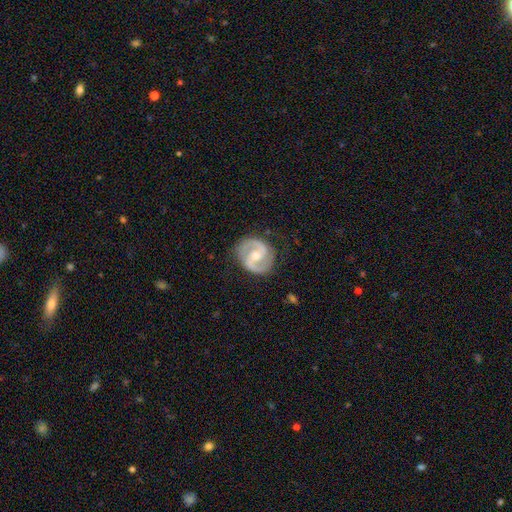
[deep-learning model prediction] Smooth or featured? Predicted: featured or disk (p=0.90). Edge-on disk? Predicted: no (p=0.98). Bar? Predicted: weak (p=0.47). Spiral arms? Predicted: yes (p=0.97). Spiral winding? Predicted: medium (p=0.57). Spiral arm count? Predicted: 2 (p=0.94). Bulge size? Predicted: moderate (p=0.63). Merging? Predicted: none (p=0.83).